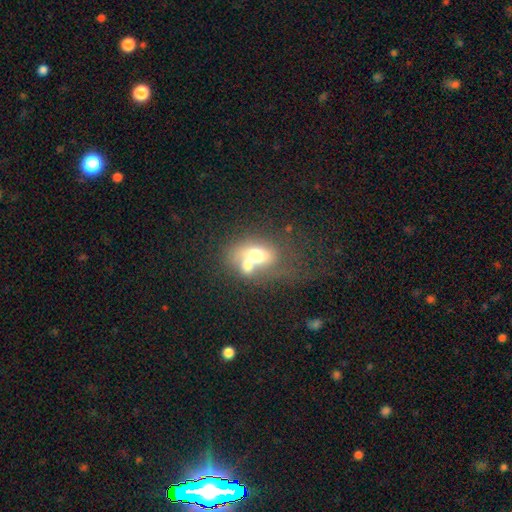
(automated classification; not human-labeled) A smooth galaxy with no disk features (60%) that is in between round and cigar-shaped (69%). Merging: merger (60%).